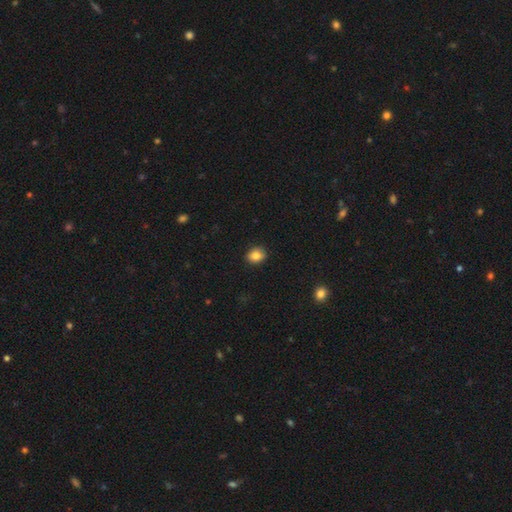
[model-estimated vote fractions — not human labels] Q: Smooth or featured?
A: smooth (84%); runner-up: star or artifact (9%)
Q: How rounded?
A: round (51%); runner-up: in between (48%)
Q: Merging?
A: none (87%); runner-up: minor disturbance (10%)